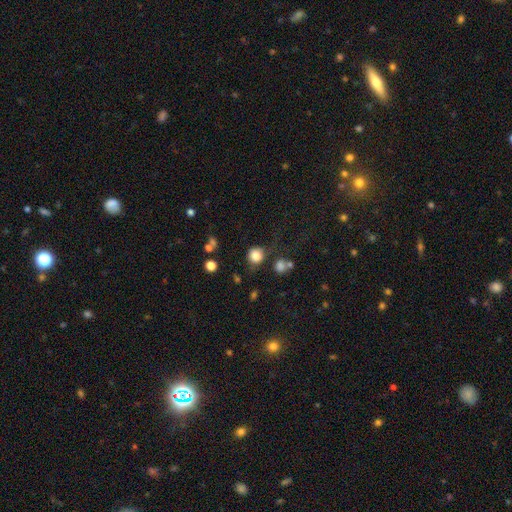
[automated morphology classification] smooth 82%, star or artifact 12%, featured or disk 7%. Down the decision tree: how rounded — round (86%); merging — none (69%).